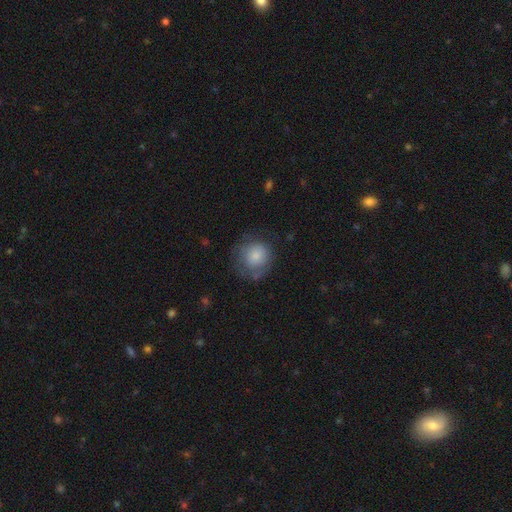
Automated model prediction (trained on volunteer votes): The model was most divided on "merging": none: 59%, minor disturbance: 24%, major disturbance: 14%, merger: 2%. More confident: how rounded — round (87%); smooth or featured — smooth (76%).